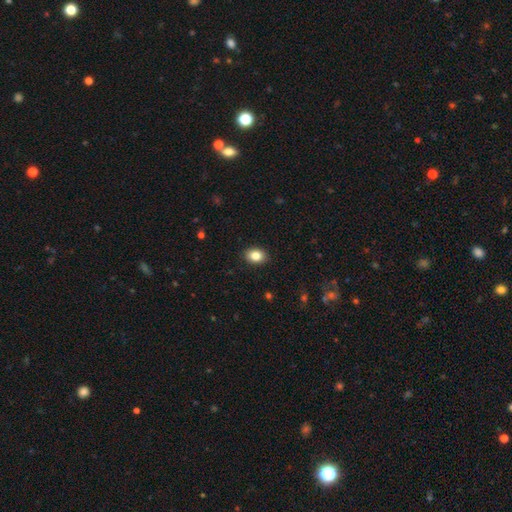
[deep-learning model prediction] Smooth or featured? smooth (85%)
How rounded? in between (72%)
Merging? none (90%)